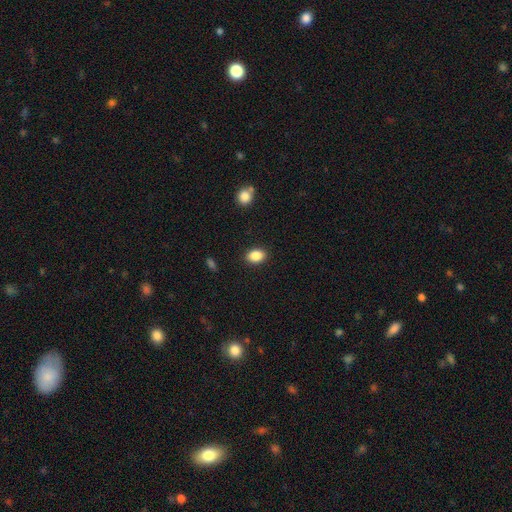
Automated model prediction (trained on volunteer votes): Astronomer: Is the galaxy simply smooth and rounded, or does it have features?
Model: smooth — 87%.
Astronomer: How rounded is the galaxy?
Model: in between — 75%.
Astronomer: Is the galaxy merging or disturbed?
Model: none — 89%.